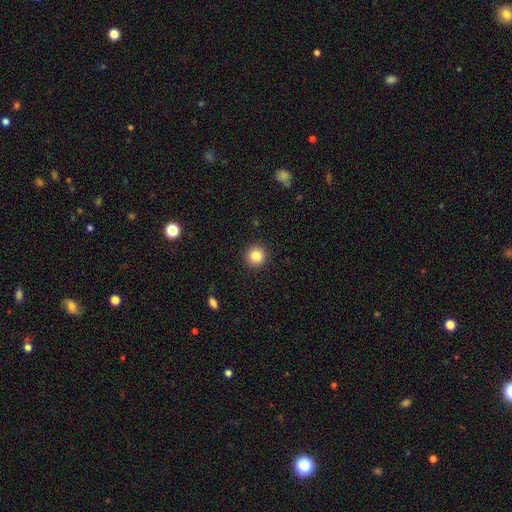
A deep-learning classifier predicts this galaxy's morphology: Overall: smooth (85%). How rounded: round (94%). Merging: none (92%).